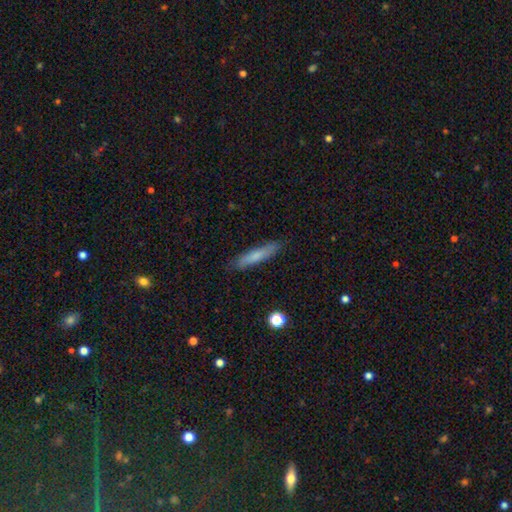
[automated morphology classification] A smooth galaxy with no disk features (71%) that is cigar-shaped (88%). Merging: none (86%).